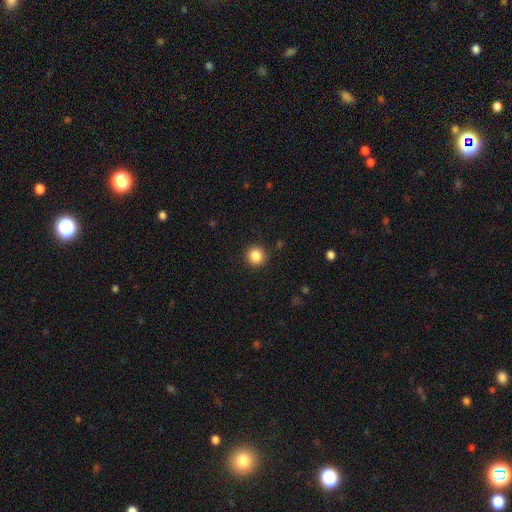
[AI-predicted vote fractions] Morphology: type=smooth (86%); roundness=round (93%); merging=none (91%).